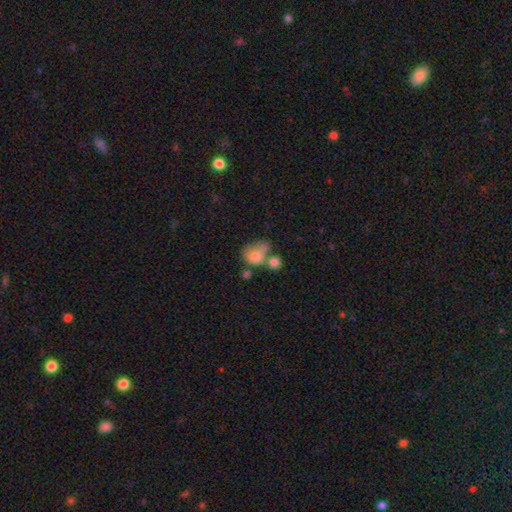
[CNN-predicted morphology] A smooth galaxy with no disk features (75%) that is round (51%).

Vote fractions:
- Smooth or featured? smooth: 75% / featured or disk: 15% / star or artifact: 10%
- How rounded? round: 51% / in between: 47% / cigar-shaped: 1%
- Merging? merger: 43% / none: 24% / major disturbance: 18% / minor disturbance: 16%